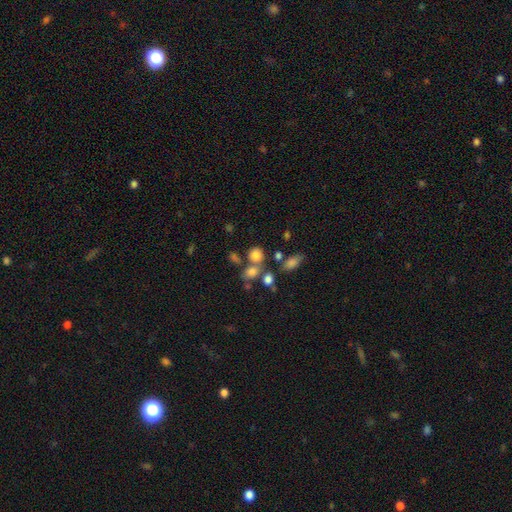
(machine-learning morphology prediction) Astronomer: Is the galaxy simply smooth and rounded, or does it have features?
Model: smooth — 76%.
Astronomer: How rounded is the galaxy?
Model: round — 73%.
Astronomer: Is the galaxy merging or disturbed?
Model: none — 53% (runner-up: merger, 31%).